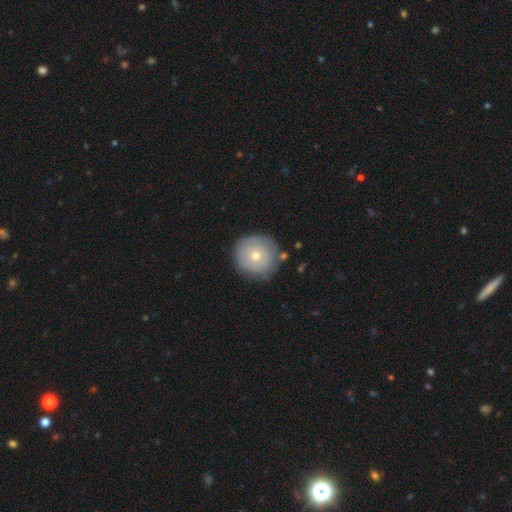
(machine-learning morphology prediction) This appears to be a smooth galaxy with no disk features (61%) that is round (94%). Merging: none (80%).